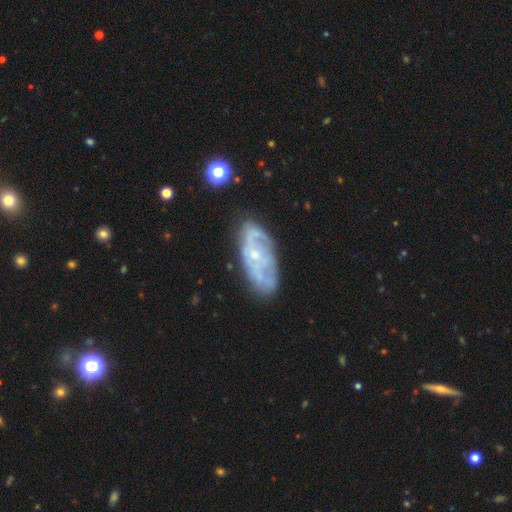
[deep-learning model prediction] Smooth or featured: featured or disk — 69% (smooth — 24%)
Edge-on disk: no — 90% (yes — 10%)
Bar: no — 79% (weak — 17%)
Spiral arms: yes — 59% (no — 41%)
Bulge size: small — 72% (moderate — 22%)
Merging: none — 65% (minor disturbance — 23%)